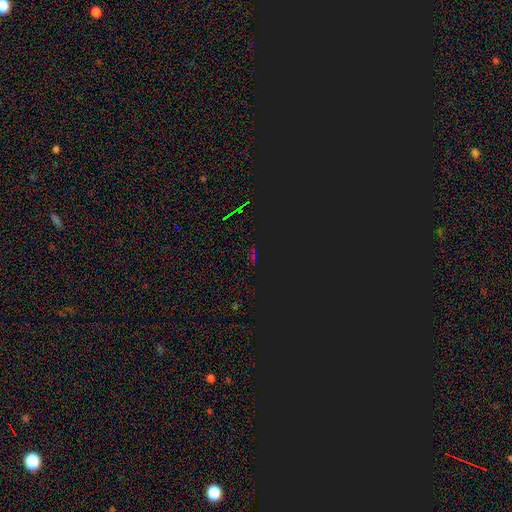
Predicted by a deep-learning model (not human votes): Morphology: type=star or artifact (76%).